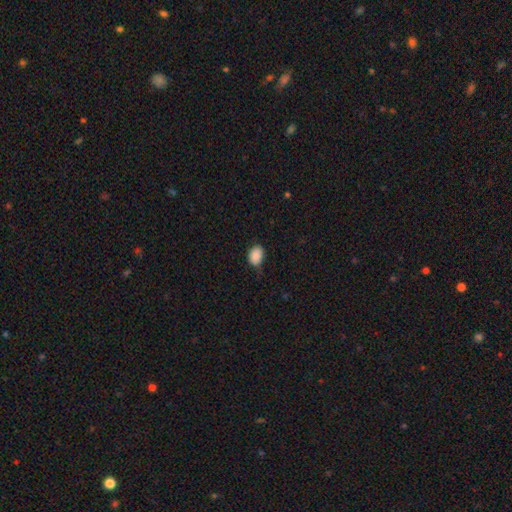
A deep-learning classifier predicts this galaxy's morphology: smooth_or_featured: smooth (p=0.89) [alt: star or artifact p=0.08]
how_rounded: in between (p=0.77) [alt: round p=0.22]
merging: none (p=0.67) [alt: minor disturbance p=0.27]